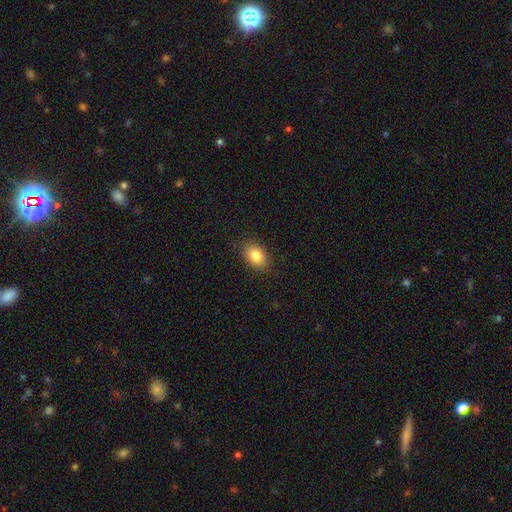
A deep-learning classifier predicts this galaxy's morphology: Smooth or featured?
  - smooth: 84% *
  - star or artifact: 9%
  - featured or disk: 8%
How rounded?
  - in between: 81% *
  - round: 18%
  - cigar-shaped: 1%
Merging?
  - none: 87% *
  - minor disturbance: 9%
  - major disturbance: 2%
  - merger: 1%